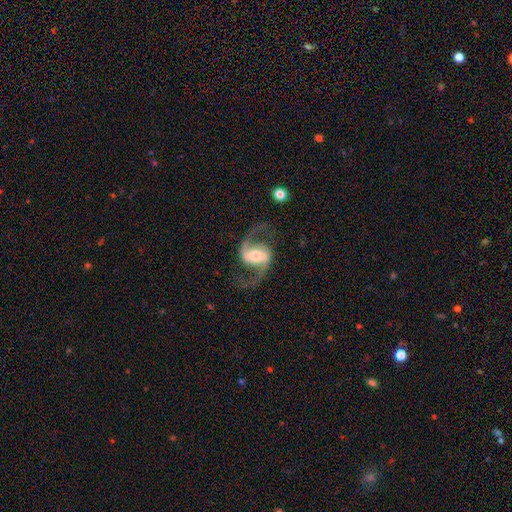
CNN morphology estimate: Overall: featured or disk (91%). Edge-on disk: no (98%). Bar: strong (52%; weak 34%). Spiral arms: yes (98%). Spiral arm count: 2 (94%). Spiral winding: loose (49%; medium 45%). Bulge size: moderate (50%; small 34%). Merging: none (79%).